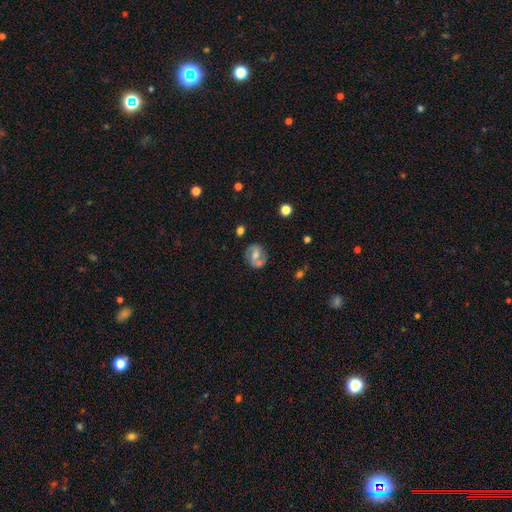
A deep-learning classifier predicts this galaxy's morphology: Smooth or featured? Predicted: featured or disk (p=0.56). Edge-on disk? Predicted: no (p=0.97). Bar? Predicted: no (p=0.42). Spiral arms? Predicted: yes (p=0.71). Bulge size? Predicted: moderate (p=0.57). Merging? Predicted: none (p=0.57).